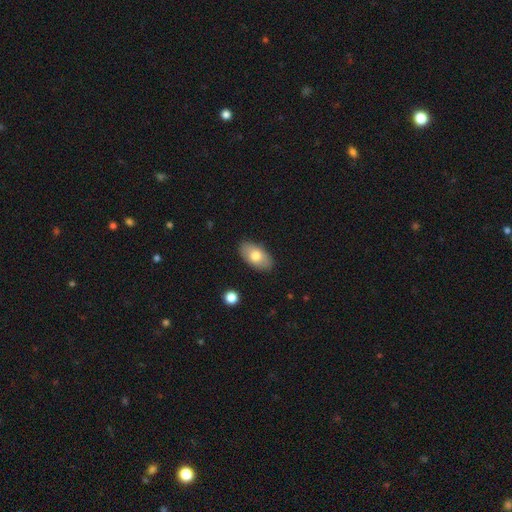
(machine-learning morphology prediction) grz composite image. It shows a smooth galaxy with no disk features (74%) that is in between round and cigar-shaped (94%). Merging: none (87%).